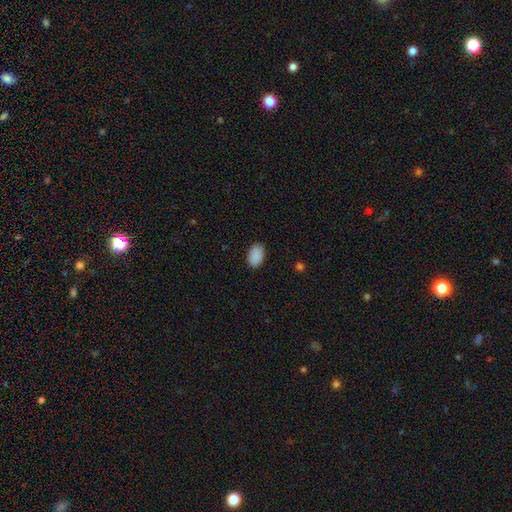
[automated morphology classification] Overall: smooth (90%). How rounded: in between (92%). Merging: none (87%).